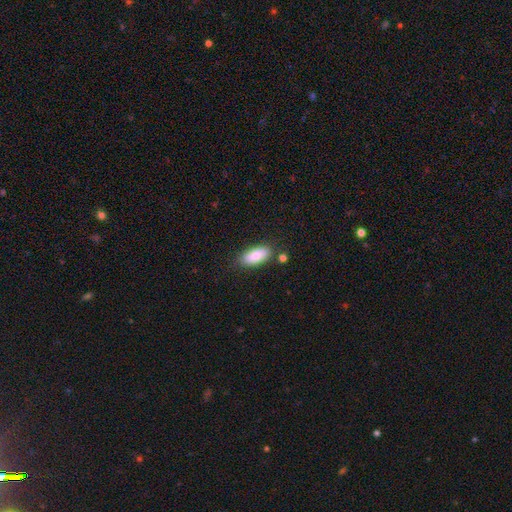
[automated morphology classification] type=smooth (85%); roundness=in between (86%); merging=none (81%).